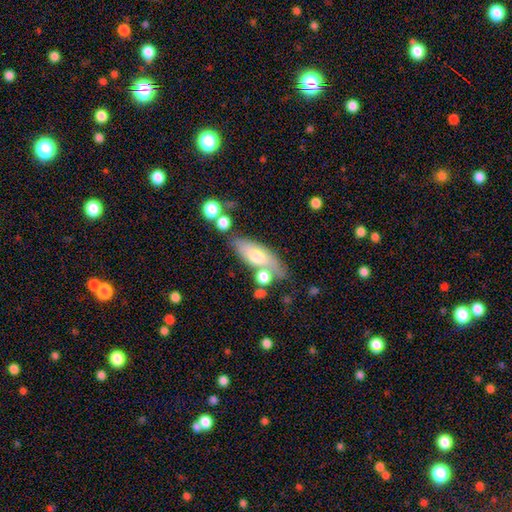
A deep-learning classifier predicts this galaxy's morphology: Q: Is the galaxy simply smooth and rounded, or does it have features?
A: smooth — 54%.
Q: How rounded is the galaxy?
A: in between — 67%.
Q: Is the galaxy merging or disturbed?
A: none — 63%.